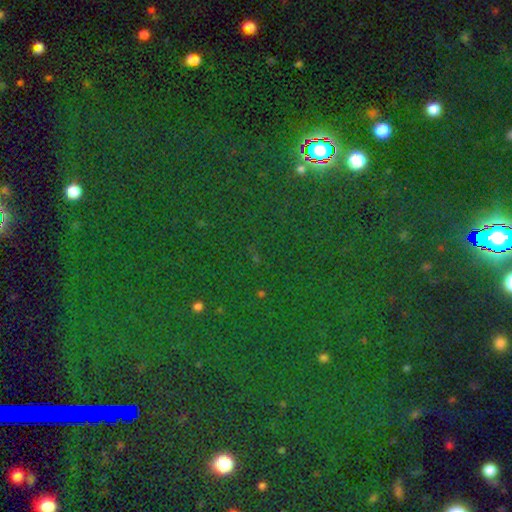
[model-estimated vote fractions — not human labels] This appears to be a star or artifact, not a galaxy (79%).